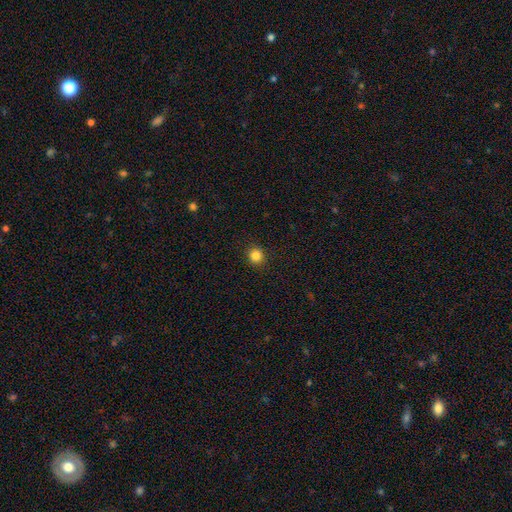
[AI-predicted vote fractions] A smooth galaxy with no disk features (85%) that is round (90%). Merging: none (92%).